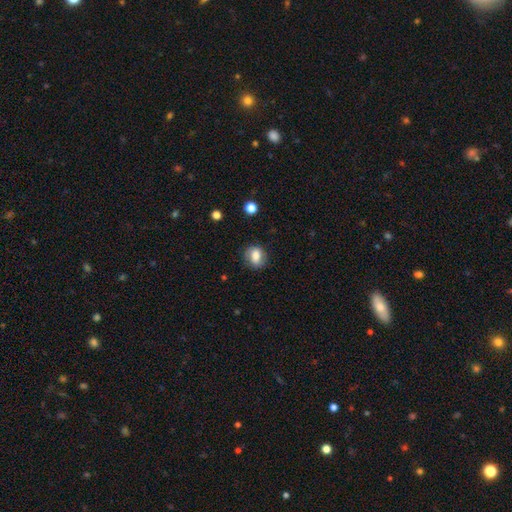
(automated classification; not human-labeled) Smooth or featured?
  - smooth: 73% *
  - featured or disk: 18%
  - star or artifact: 9%
How rounded?
  - round: 53% *
  - in between: 45%
  - cigar-shaped: 2%
Merging?
  - none: 81% *
  - minor disturbance: 14%
  - major disturbance: 4%
  - merger: 1%